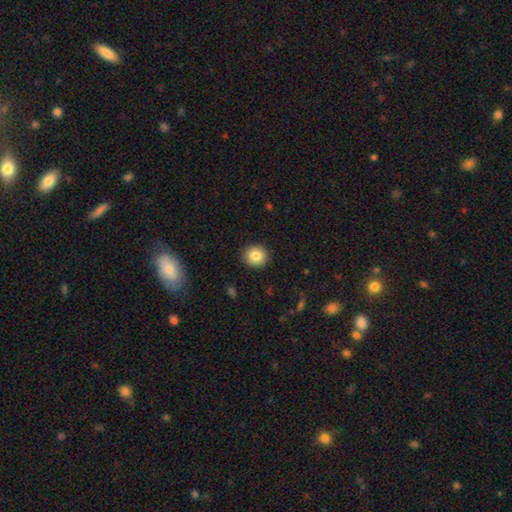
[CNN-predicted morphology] Smooth or featured? Predicted: smooth (p=0.84). How rounded? Predicted: round (p=0.92). Merging? Predicted: none (p=0.92).